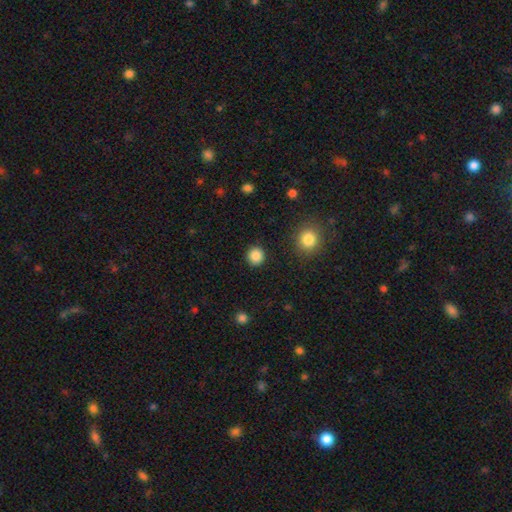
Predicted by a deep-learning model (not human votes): Morphology: type=smooth (87%); roundness=round (90%); merging=none (92%).